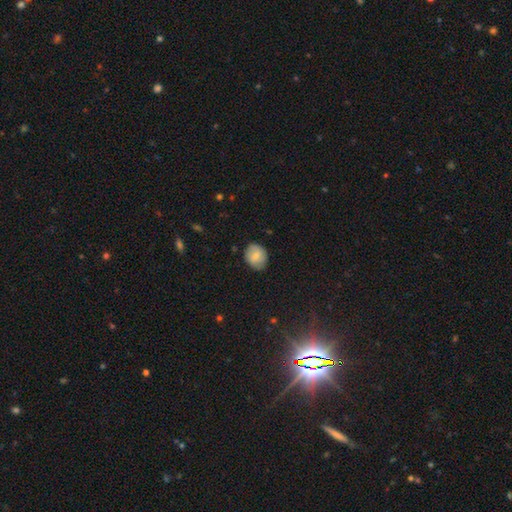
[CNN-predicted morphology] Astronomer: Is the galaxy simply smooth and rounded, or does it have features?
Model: smooth — 73%.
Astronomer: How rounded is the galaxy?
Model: round — 55% (runner-up: in between, 44%).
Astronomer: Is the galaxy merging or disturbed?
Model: none — 80%.